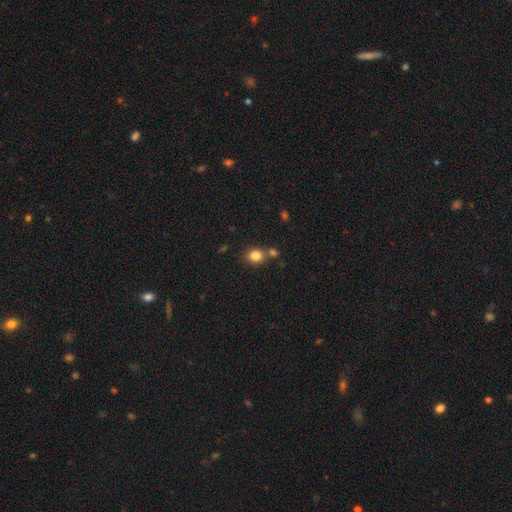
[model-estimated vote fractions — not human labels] A smooth galaxy with no disk features (83%) that is round (67%).

Vote fractions:
- Smooth or featured? smooth: 83% / star or artifact: 11% / featured or disk: 6%
- How rounded? round: 67% / in between: 32% / cigar-shaped: 1%
- Merging? none: 67% / merger: 19% / minor disturbance: 10% / major disturbance: 3%